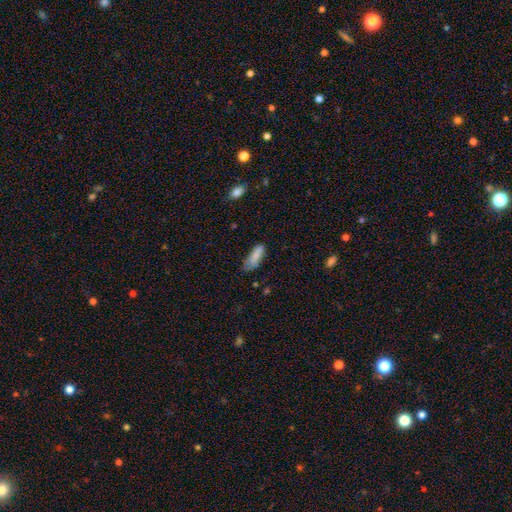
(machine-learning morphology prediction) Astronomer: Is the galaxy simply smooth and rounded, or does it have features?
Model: smooth — 82%.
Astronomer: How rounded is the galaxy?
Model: in between — 61% (runner-up: cigar-shaped, 37%).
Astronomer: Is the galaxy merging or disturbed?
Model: none — 56% (runner-up: minor disturbance, 32%).